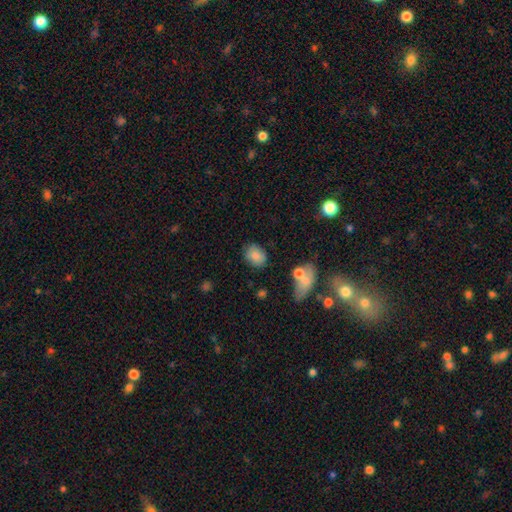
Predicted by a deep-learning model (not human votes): smooth_or_featured: smooth (p=0.84) [alt: star or artifact p=0.09]
how_rounded: in between (p=0.67) [alt: round p=0.32]
merging: none (p=0.78) [alt: minor disturbance p=0.14]